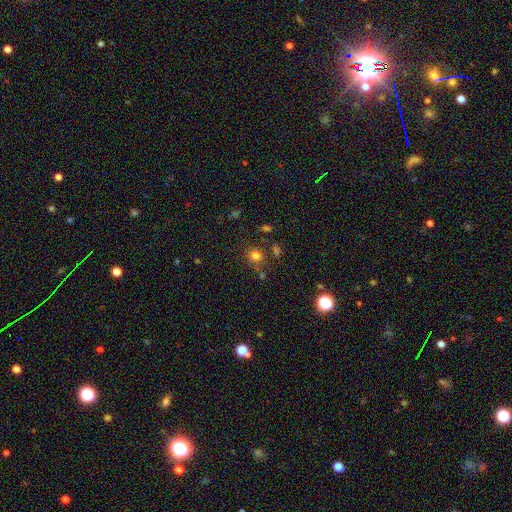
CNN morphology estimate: smooth-or-featured: smooth: 75% | star or artifact: 18% | featured or disk: 7%
  how-rounded: round: 81% | in between: 18% | cigar-shaped: 1%
  merging: none: 74% | minor disturbance: 13% | merger: 8% | major disturbance: 5%